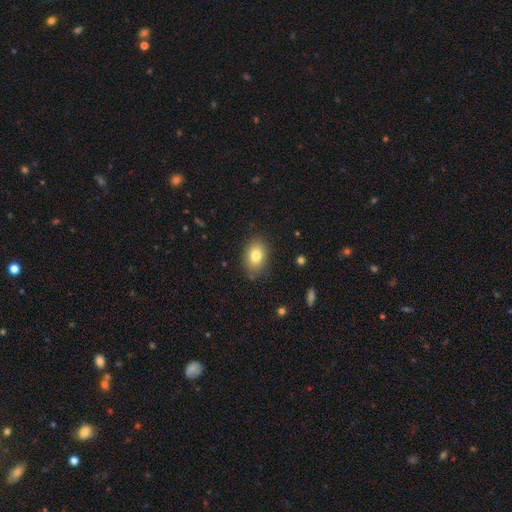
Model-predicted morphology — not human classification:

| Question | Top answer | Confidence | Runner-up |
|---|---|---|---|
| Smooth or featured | smooth | 82% | featured or disk (10%) |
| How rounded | in between | 79% | round (20%) |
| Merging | none | 84% | minor disturbance (12%) |